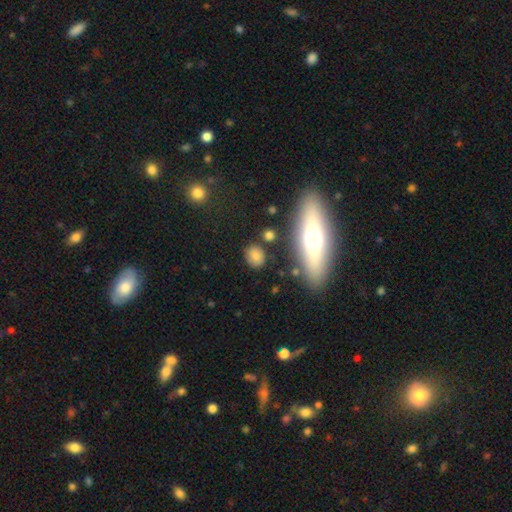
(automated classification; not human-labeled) A smooth galaxy with no disk features (76%) that is round (69%). Merging: none (80%).